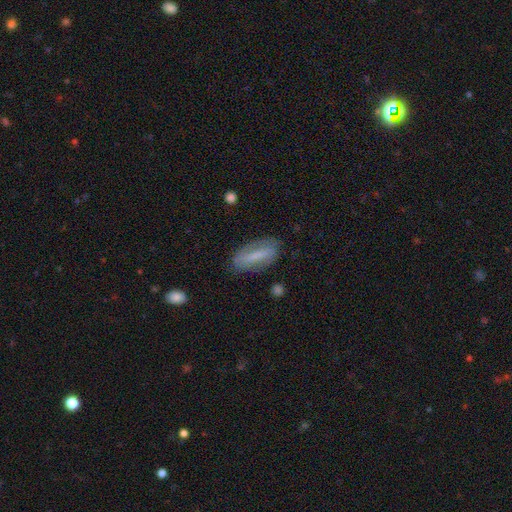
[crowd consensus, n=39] Overall: smooth (51%; featured or disk 44%). How rounded: in between (70%; cigar-shaped 30%). Merging: none (70%).